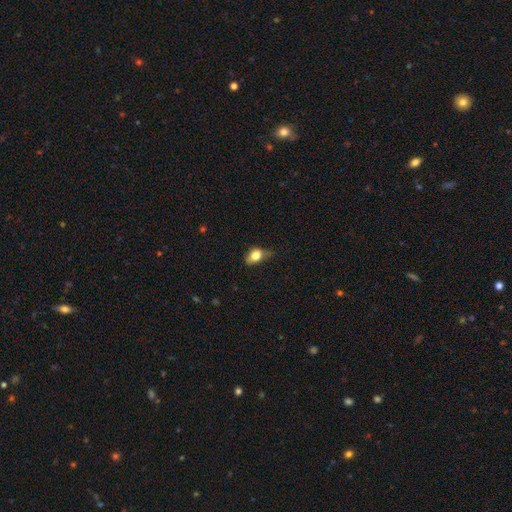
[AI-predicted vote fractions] The model was most divided on "merging": none: 43%, minor disturbance: 38%, major disturbance: 16%, merger: 2%. More confident: smooth or featured — smooth (75%); how rounded — in between (73%).